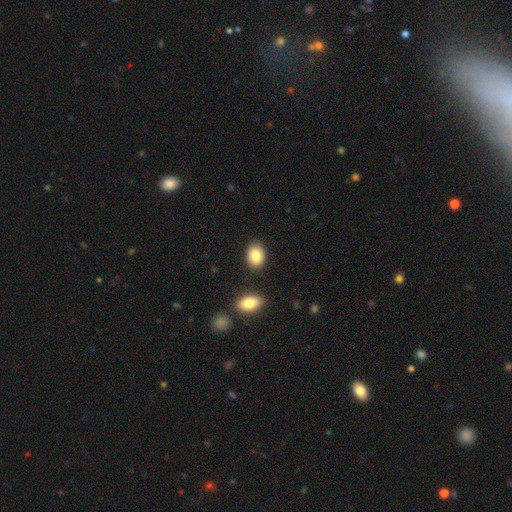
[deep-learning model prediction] Overall: smooth (86%). How rounded: in between (74%). Merging: none (85%).